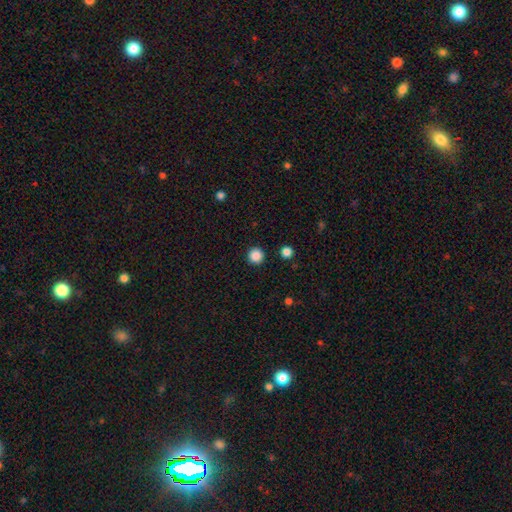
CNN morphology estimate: Overall: smooth (87%). How rounded: round (96%). Merging: none (93%).